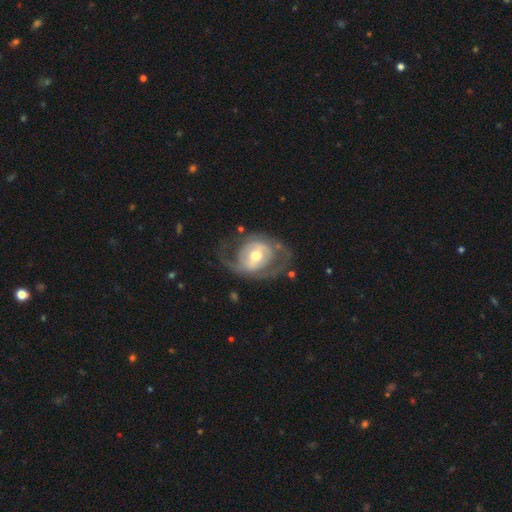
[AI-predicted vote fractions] A featured or disk galaxy (74%) with no bar (41%), spiral arms (65%) and a moderate central bulge (68%).

Vote fractions:
- Smooth or featured? featured or disk: 74% / smooth: 21% / star or artifact: 5%
- Edge-on disk? no: 96% / yes: 4%
- Bar? no: 41% / weak: 38% / strong: 21%
- Spiral arms? yes: 65% / no: 35%
- Bulge size? moderate: 68% / small: 20% / large: 9% / dominant: 1% / none: 1%
- Merging? none: 59% / major disturbance: 20% / minor disturbance: 19% / merger: 2%